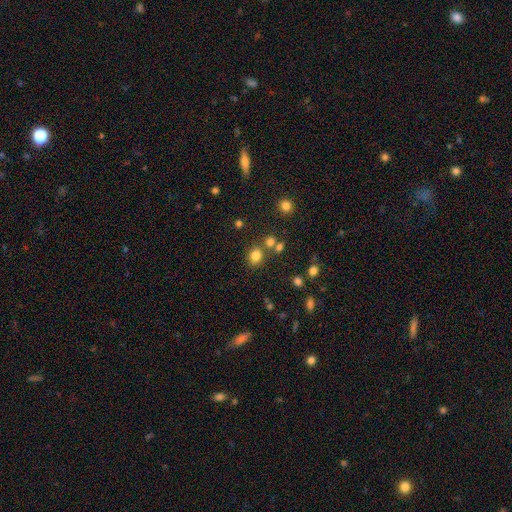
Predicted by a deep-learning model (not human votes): Q: Smooth or featured?
A: smooth (80%); runner-up: star or artifact (14%)
Q: How rounded?
A: round (68%); runner-up: in between (31%)
Q: Merging?
A: none (73%); runner-up: merger (13%)